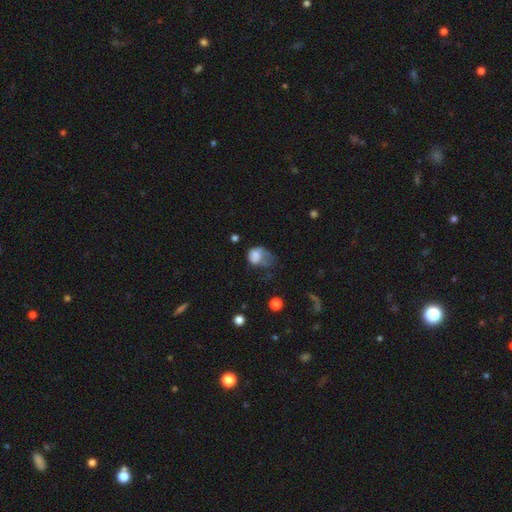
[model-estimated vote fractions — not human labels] Smooth or featured? Predicted: smooth (p=0.67). How rounded? Predicted: in between (p=0.56). Merging? Predicted: major disturbance (p=0.53).